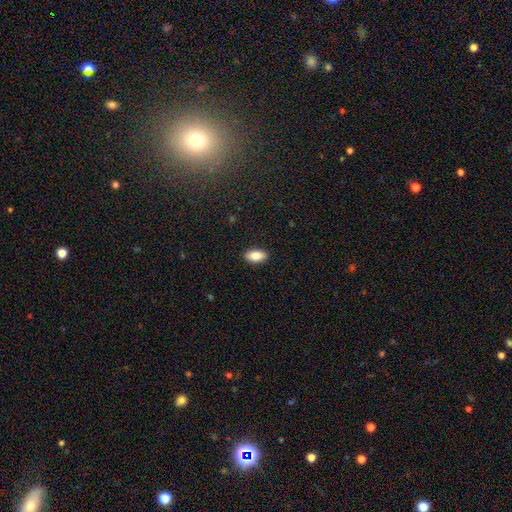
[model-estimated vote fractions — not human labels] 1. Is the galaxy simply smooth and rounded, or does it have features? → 86% smooth, 7% featured or disk, 7% star or artifact.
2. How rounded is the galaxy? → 93% in between, 4% round, 3% cigar-shaped.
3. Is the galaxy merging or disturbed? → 89% none, 8% minor disturbance, 2% major disturbance, 1% merger.